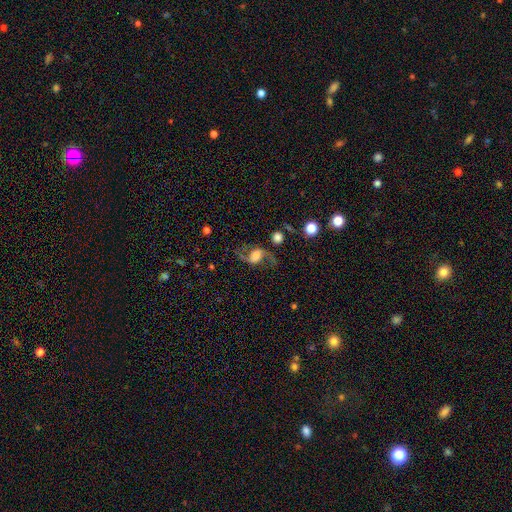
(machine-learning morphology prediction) This is likely a featured or disk galaxy (77%). It is clearly not viewed edge-on (97%). Bar: marginally no (45%). Spiral arm pattern: clearly yes (95%). Spiral arm count: clearly 2 (93%). Spiral winding: likely loose (78%). Central bulge: marginally large (35%). Merging: likely none (69%).